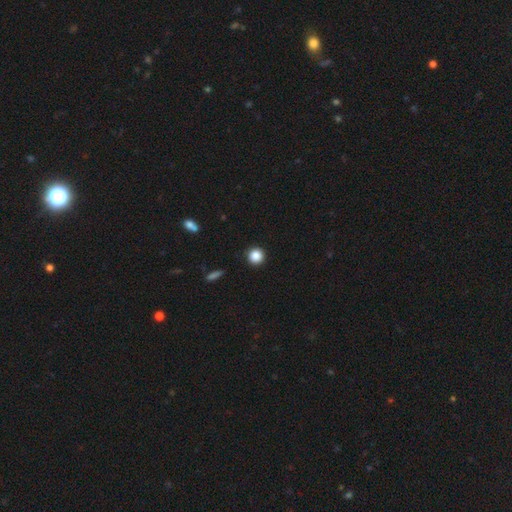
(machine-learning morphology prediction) This appears to be a smooth galaxy with no disk features (87%) that is round (96%). Merging: none (92%).